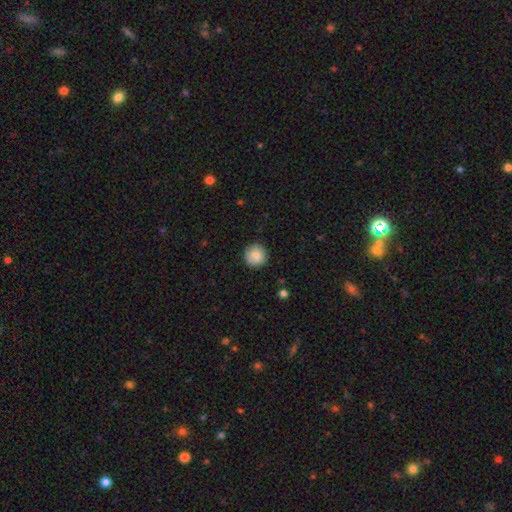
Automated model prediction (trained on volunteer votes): A smooth galaxy with no disk features (86%) that is round (95%).

Vote fractions:
- Smooth or featured? smooth: 86% / star or artifact: 8% / featured or disk: 6%
- How rounded? round: 95% / in between: 4% / cigar-shaped: 1%
- Merging? none: 88% / minor disturbance: 9% / major disturbance: 2% / merger: 1%